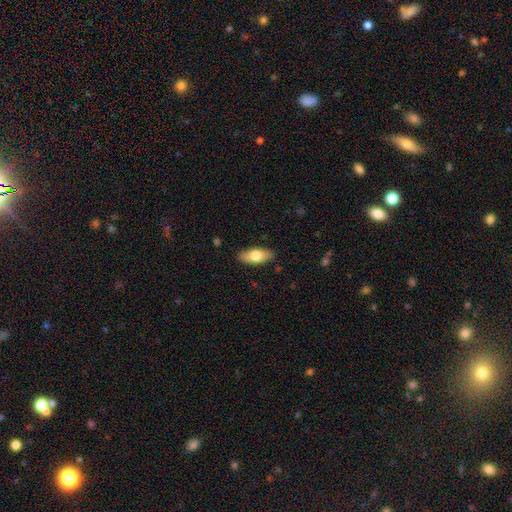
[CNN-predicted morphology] Smooth or featured? smooth (75%)
How rounded? in between (86%)
Merging? none (88%)